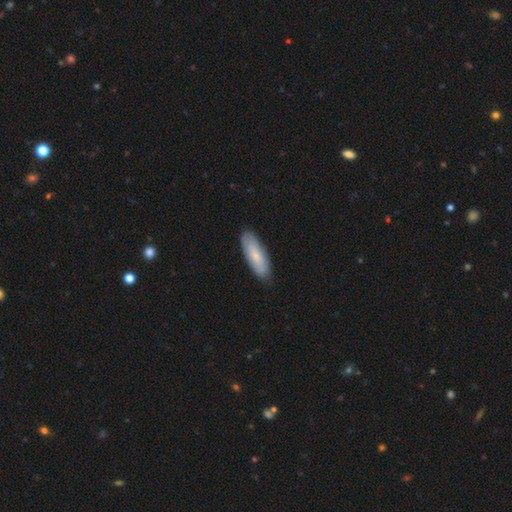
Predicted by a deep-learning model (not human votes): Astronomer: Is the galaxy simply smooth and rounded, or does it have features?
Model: smooth — 69%.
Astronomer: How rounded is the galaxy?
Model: in between — 61% (runner-up: cigar-shaped, 37%).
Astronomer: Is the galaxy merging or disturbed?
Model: none — 83%.